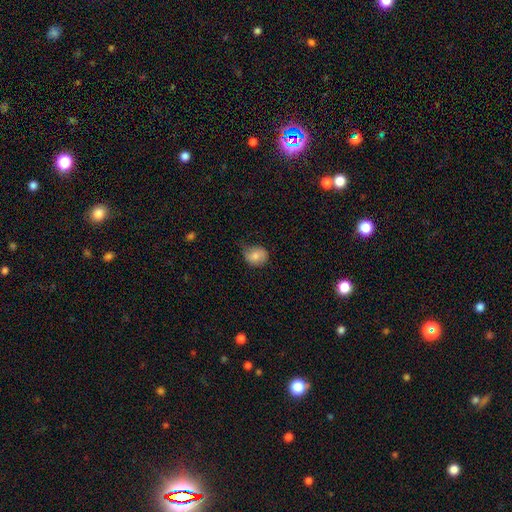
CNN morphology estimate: The model was most divided on "merging": none: 47%, minor disturbance: 40%, major disturbance: 12%, merger: 2%. More confident: smooth or featured — smooth (77%); how rounded — round (64%).